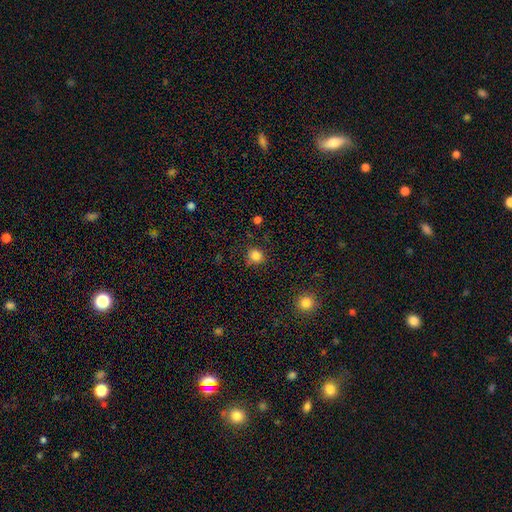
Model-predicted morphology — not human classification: smooth_or_featured: smooth (p=0.84) [alt: star or artifact p=0.12]
how_rounded: round (p=0.86) [alt: in between p=0.13]
merging: none (p=0.82) [alt: minor disturbance p=0.12]